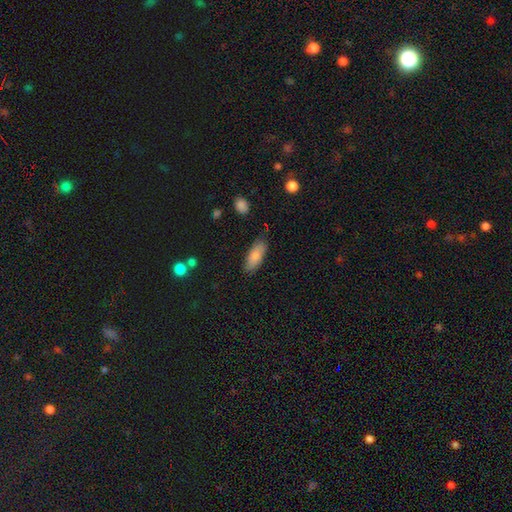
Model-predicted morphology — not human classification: This appears to be a smooth galaxy with no disk features (81%) that is in between round and cigar-shaped (76%). Merging: none (81%).